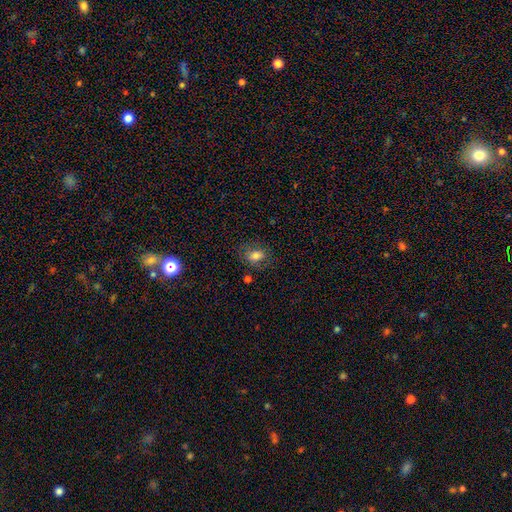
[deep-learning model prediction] A smooth galaxy with no disk features (76%) that is in between round and cigar-shaped (70%). Merging: none (73%).